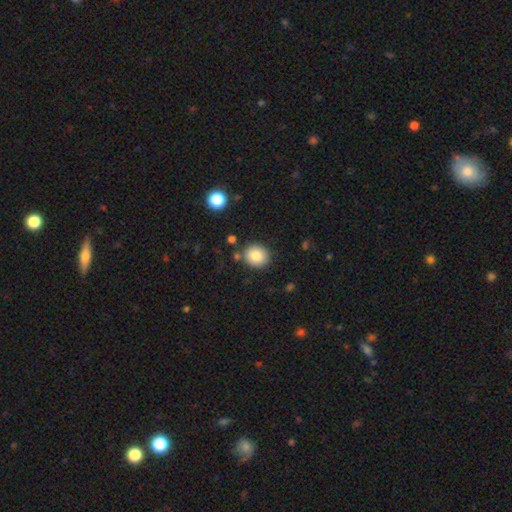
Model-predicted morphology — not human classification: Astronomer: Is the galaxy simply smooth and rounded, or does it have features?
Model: smooth — 83%.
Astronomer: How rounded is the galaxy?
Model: round — 77%.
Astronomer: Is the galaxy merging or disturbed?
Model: none — 84%.